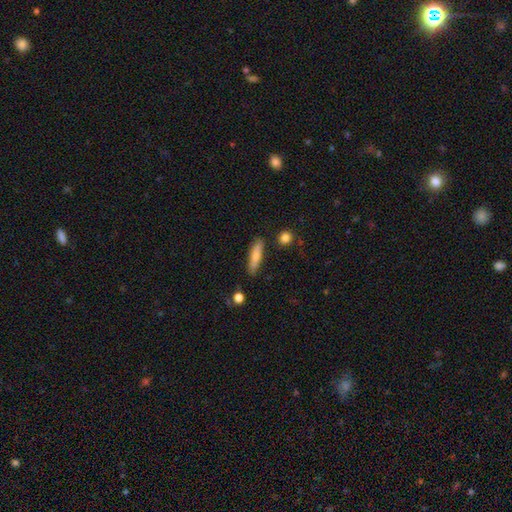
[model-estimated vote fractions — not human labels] Smooth or featured? smooth (75%)
How rounded? cigar-shaped (76%)
Merging? none (83%)